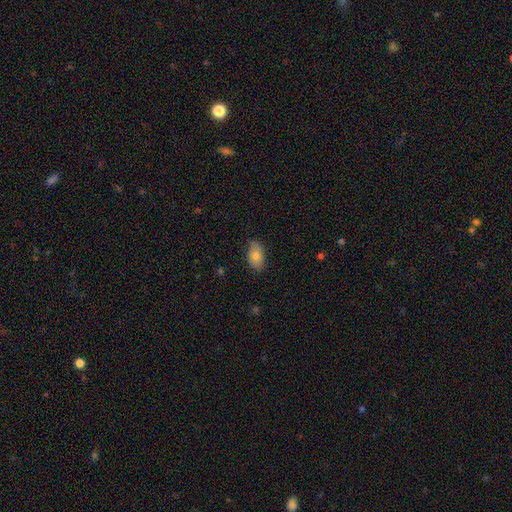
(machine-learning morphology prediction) A smooth galaxy with no disk features (78%) that is in between round and cigar-shaped (91%).

Vote fractions:
- Smooth or featured? smooth: 78% / featured or disk: 15% / star or artifact: 7%
- How rounded? in between: 91% / round: 7% / cigar-shaped: 2%
- Merging? none: 79% / minor disturbance: 17% / major disturbance: 3% / merger: 1%